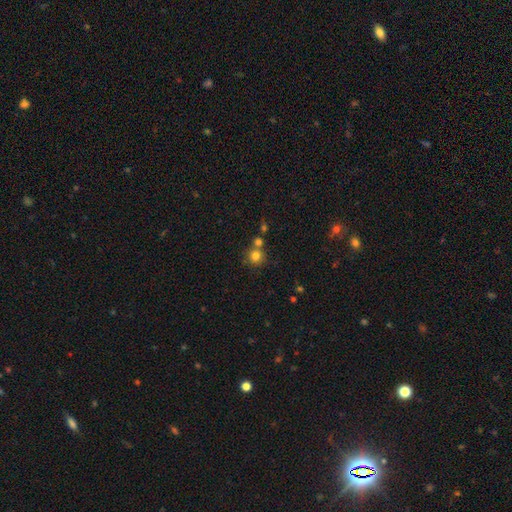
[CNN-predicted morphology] smooth-or-featured: smooth: 79% | star or artifact: 13% | featured or disk: 8%
  how-rounded: round: 92% | in between: 7% | cigar-shaped: 1%
  merging: none: 64% | merger: 25% | minor disturbance: 8% | major disturbance: 3%